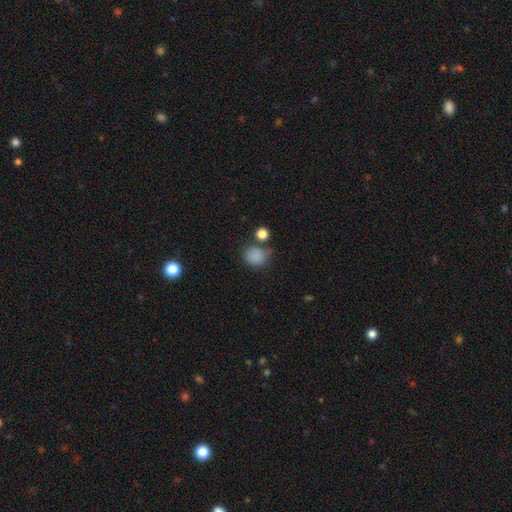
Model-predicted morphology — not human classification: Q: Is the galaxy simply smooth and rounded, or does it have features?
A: smooth — 82%.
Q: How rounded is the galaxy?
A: round — 74%.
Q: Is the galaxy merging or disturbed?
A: none — 58%.